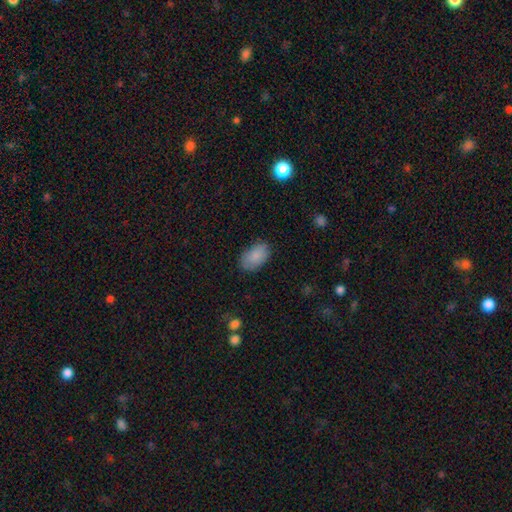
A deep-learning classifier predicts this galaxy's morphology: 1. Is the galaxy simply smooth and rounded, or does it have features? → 87% smooth, 7% star or artifact, 6% featured or disk.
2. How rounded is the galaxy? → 92% in between, 7% round, 1% cigar-shaped.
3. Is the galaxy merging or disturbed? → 80% none, 15% minor disturbance, 3% major disturbance, 1% merger.